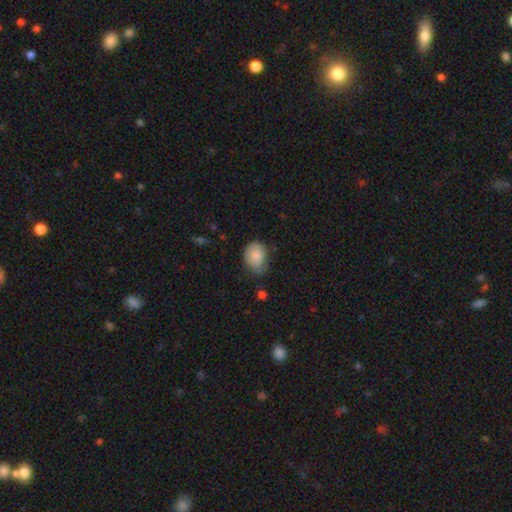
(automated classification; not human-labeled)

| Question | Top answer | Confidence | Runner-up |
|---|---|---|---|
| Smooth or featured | smooth | 83% | featured or disk (10%) |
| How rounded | in between | 70% | round (29%) |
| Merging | none | 51% | minor disturbance (38%) |